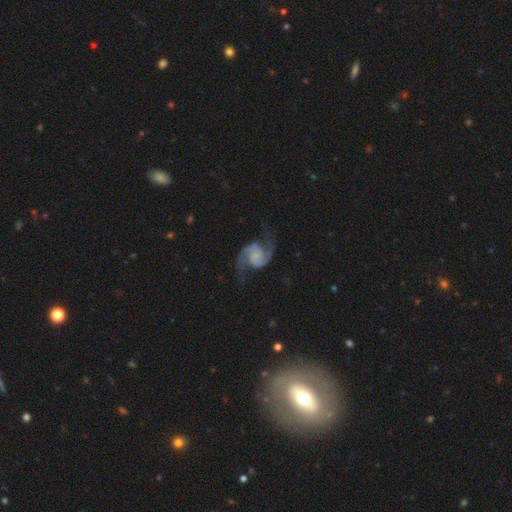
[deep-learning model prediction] Overall: featured or disk (90%). Edge-on disk: no (98%). Bar: no (66%). Spiral arms: yes (98%). Spiral arm count: 2 (95%). Spiral winding: loose (46%; medium 44%). Bulge size: none (41%; small 38%). Merging: none (76%).